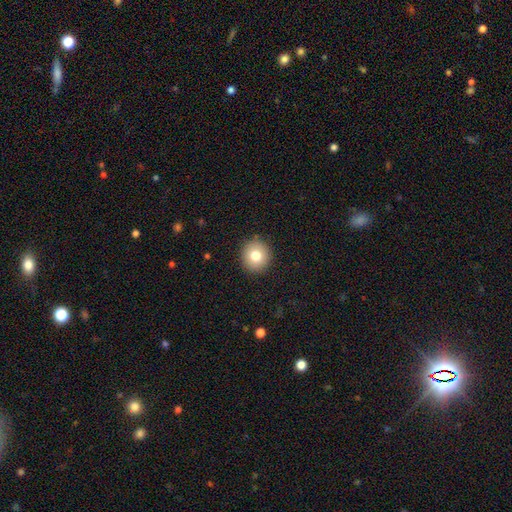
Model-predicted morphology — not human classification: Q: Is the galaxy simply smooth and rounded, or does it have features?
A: smooth — 78%.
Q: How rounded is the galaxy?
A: round — 92%.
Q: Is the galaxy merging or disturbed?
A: none — 91%.